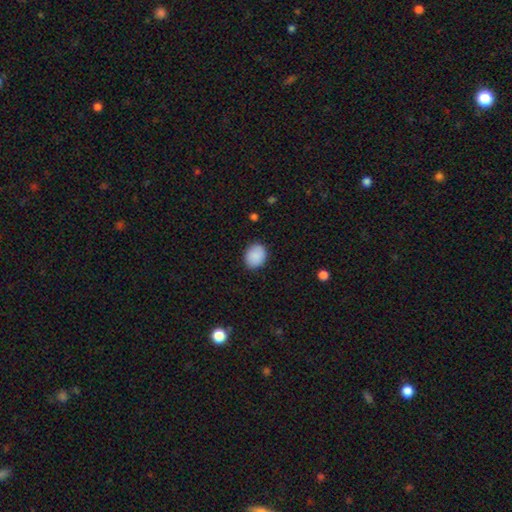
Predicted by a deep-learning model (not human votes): Smooth or featured: smooth — 89% (star or artifact — 7%)
How rounded: round — 53% (in between — 46%)
Merging: none — 86% (minor disturbance — 11%)